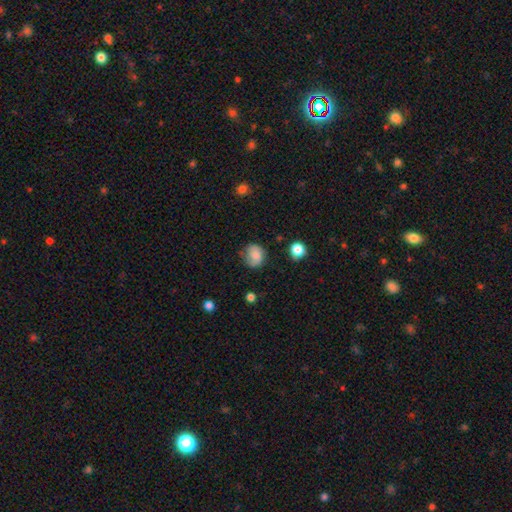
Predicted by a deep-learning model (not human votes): smooth 61%, featured or disk 30%, star or artifact 9%. Down the decision tree: how rounded — round (71%); merging — none (62%).